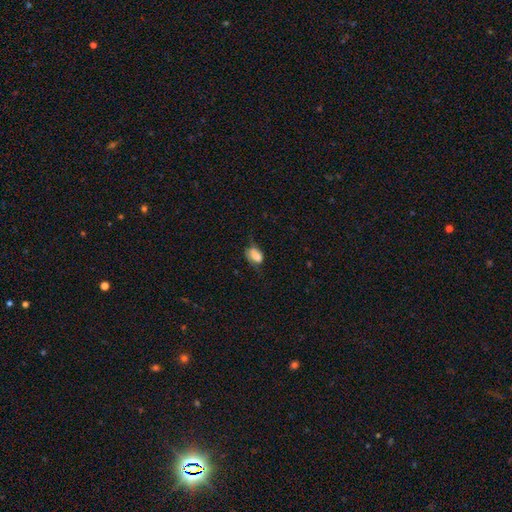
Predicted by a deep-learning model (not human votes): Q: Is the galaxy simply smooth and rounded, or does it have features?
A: smooth — 76%.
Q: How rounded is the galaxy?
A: in between — 86%.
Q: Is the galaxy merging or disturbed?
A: none — 41%.